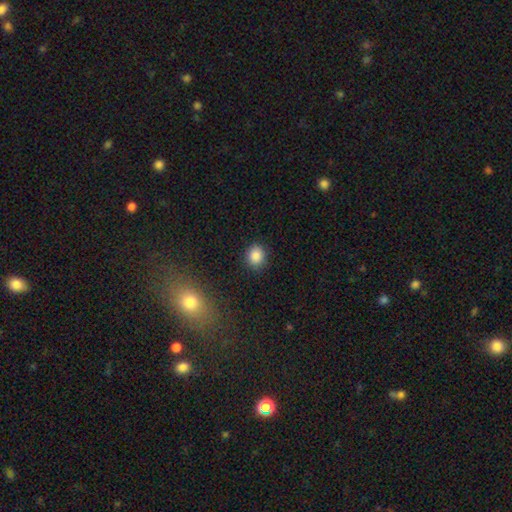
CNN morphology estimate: smooth 86%, star or artifact 10%, featured or disk 4%. Down the decision tree: how rounded — round (73%); merging — none (88%).